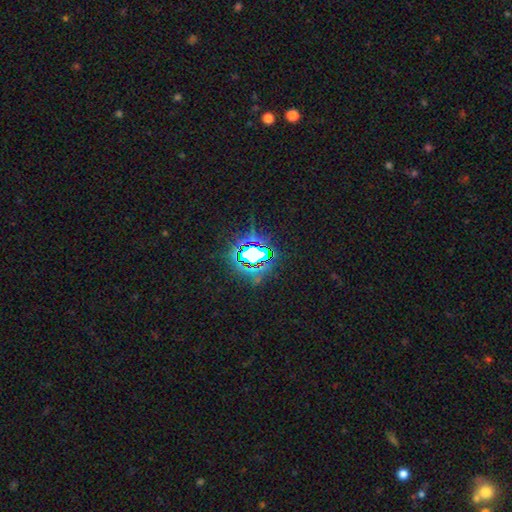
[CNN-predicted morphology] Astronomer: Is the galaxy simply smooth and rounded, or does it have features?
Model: star or artifact — 76%.